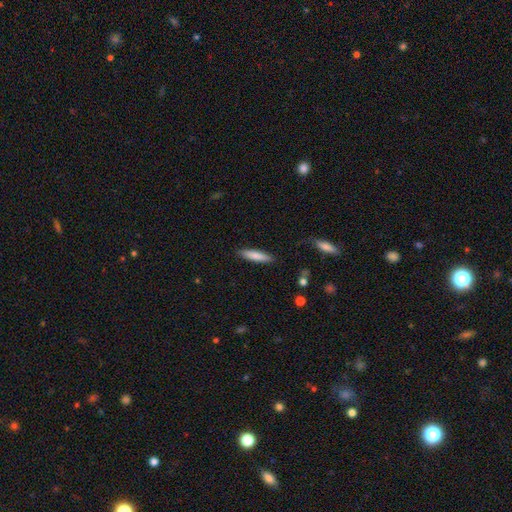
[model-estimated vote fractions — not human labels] Q: Smooth or featured?
A: smooth (80%); runner-up: featured or disk (14%)
Q: How rounded?
A: cigar-shaped (83%); runner-up: in between (16%)
Q: Merging?
A: none (88%); runner-up: minor disturbance (9%)